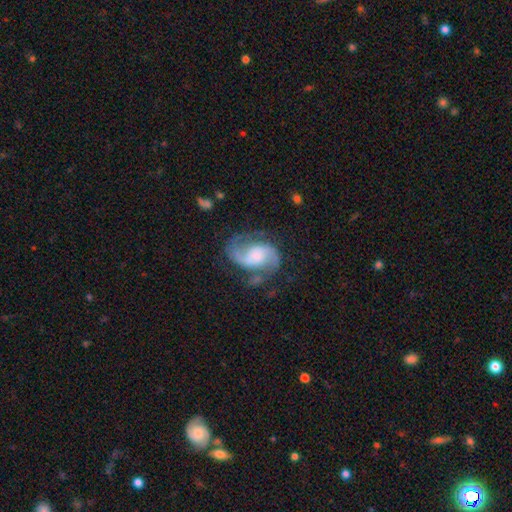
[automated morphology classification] The model was most divided on "bulge size": moderate: 30%, small: 26%, large: 21%, none: 20%, dominant: 4%. Remaining: edge-on disk — no (98%); spiral arms — yes (97%); spiral arm count — 2 (93%); smooth or featured — featured or disk (88%); merging — none (67%); spiral winding — medium (53%); bar — no (49%).